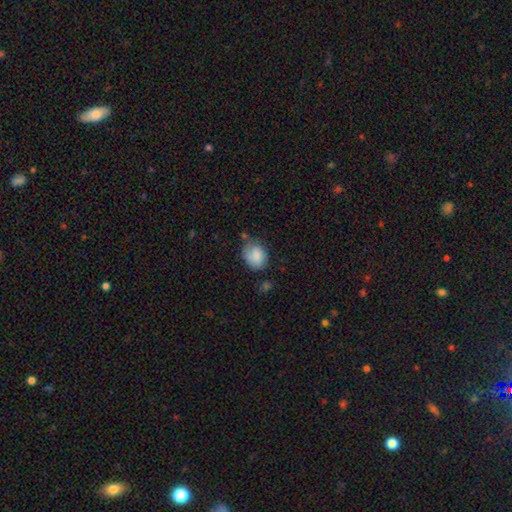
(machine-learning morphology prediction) Smooth or featured? smooth (84%)
How rounded? in between (52%)
Merging? none (62%)